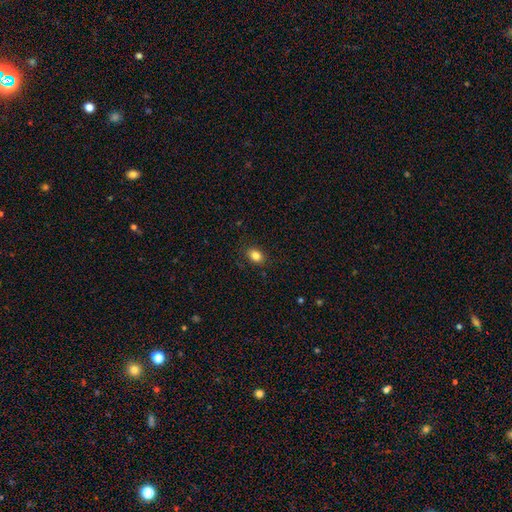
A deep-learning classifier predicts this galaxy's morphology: This is clearly a smooth galaxy (84%). How rounded: likely in between (75%). Merging: clearly none (87%).